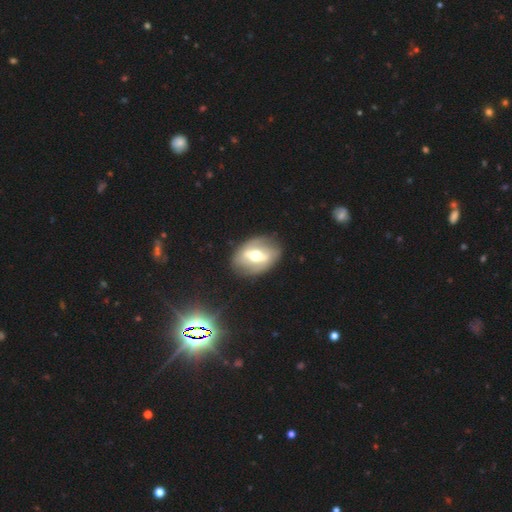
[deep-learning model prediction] This is likely a featured or disk galaxy (65%). It is clearly not viewed edge-on (85%). Bar: likely strong (62%). Spiral arm pattern: likely no (71%). Central bulge: likely moderate (68%). Merging: clearly none (81%).